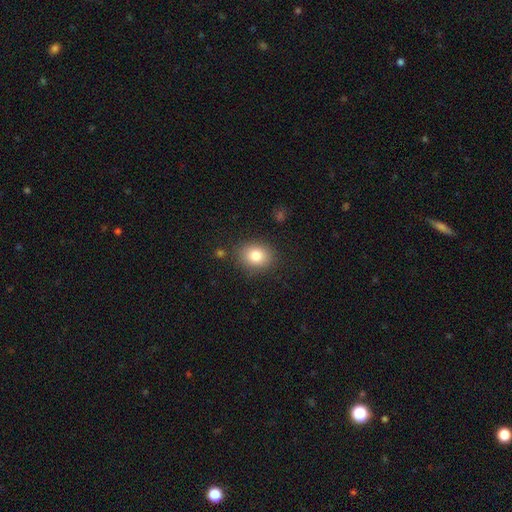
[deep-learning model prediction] This is clearly a smooth galaxy (82%). How rounded: possibly round (57%). Merging: clearly none (84%).